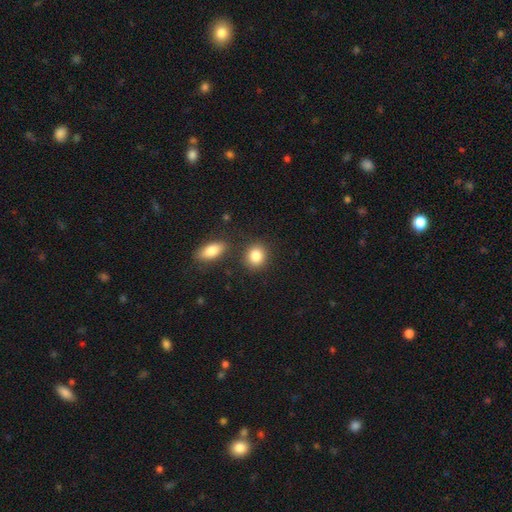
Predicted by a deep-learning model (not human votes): This is clearly a smooth galaxy (86%). How rounded: likely round (64%). Merging: likely none (79%).